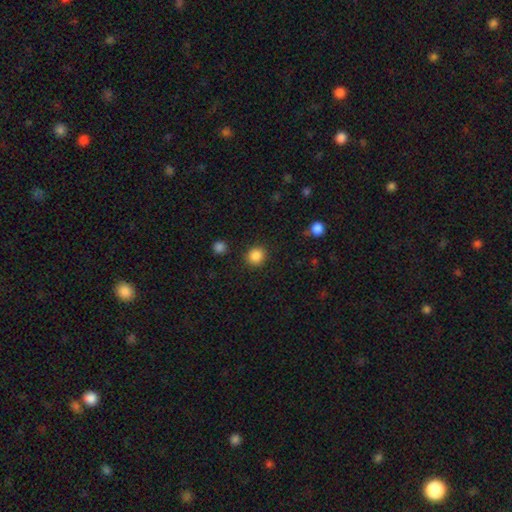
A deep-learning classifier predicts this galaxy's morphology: Q: Smooth or featured?
A: smooth (87%); runner-up: star or artifact (10%)
Q: How rounded?
A: round (87%); runner-up: in between (12%)
Q: Merging?
A: none (89%); runner-up: minor disturbance (7%)